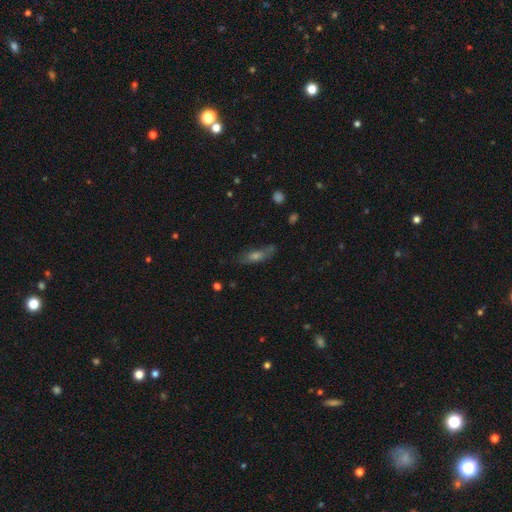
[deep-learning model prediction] The model was most divided on "smooth or featured": smooth: 47%, featured or disk: 38%, star or artifact: 15%. More confident: merging — none (71%).